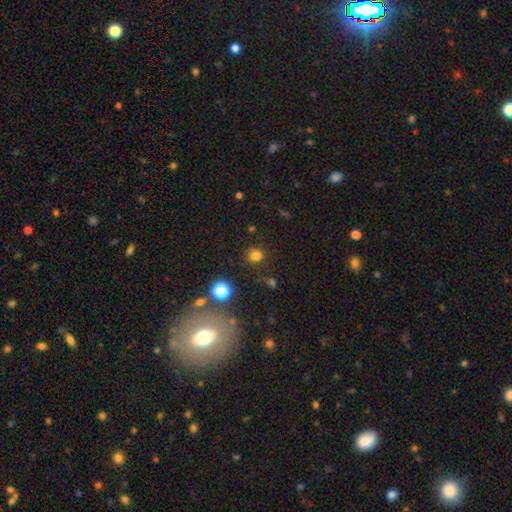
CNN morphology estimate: Smooth or featured: smooth — 70% (star or artifact — 23%)
How rounded: round — 71% (in between — 28%)
Merging: none — 71% (minor disturbance — 13%)